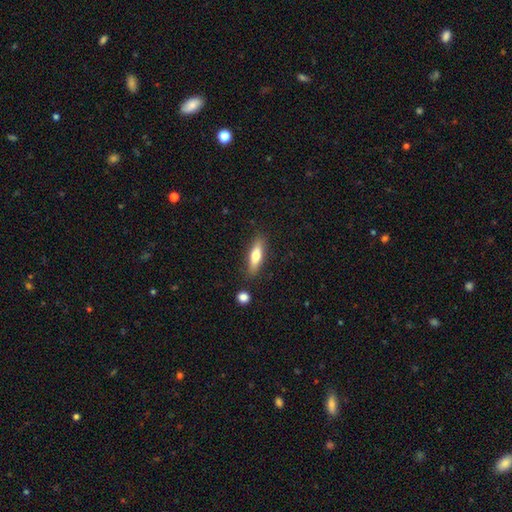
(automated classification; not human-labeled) Overall: smooth (65%; featured or disk 29%). How rounded: cigar-shaped (60%; in between 38%). Merging: none (83%).